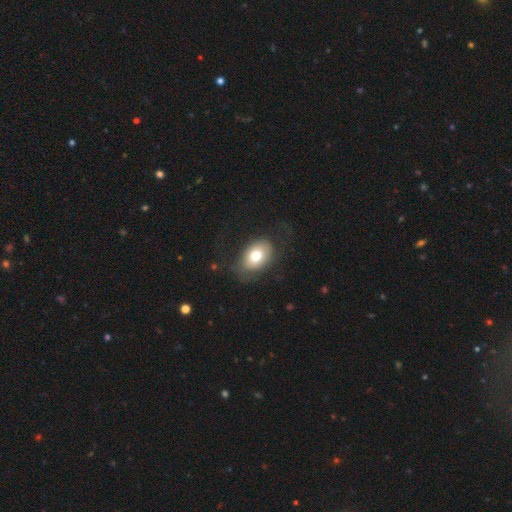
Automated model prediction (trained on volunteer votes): The model was most divided on "merging": none: 64%, minor disturbance: 20%, major disturbance: 14%, merger: 1%. More confident: how rounded — in between (82%); smooth or featured — smooth (72%).